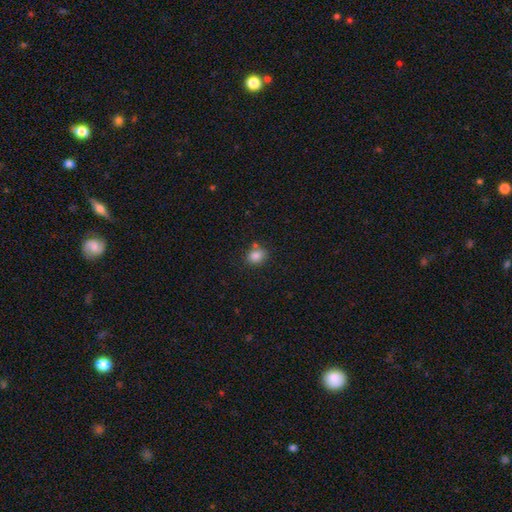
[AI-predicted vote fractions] smooth-or-featured: smooth: 84% | star or artifact: 10% | featured or disk: 5%
  how-rounded: round: 52% | in between: 47% | cigar-shaped: 1%
  merging: none: 71% | minor disturbance: 14% | merger: 11% | major disturbance: 4%